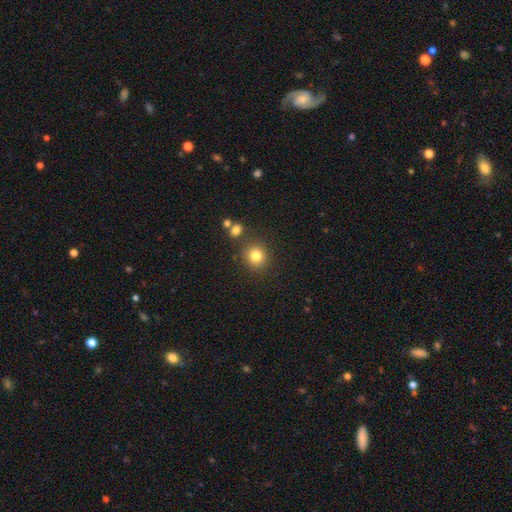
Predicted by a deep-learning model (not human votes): Smooth or featured? Predicted: smooth (p=0.81). How rounded? Predicted: round (p=0.88). Merging? Predicted: none (p=0.82).